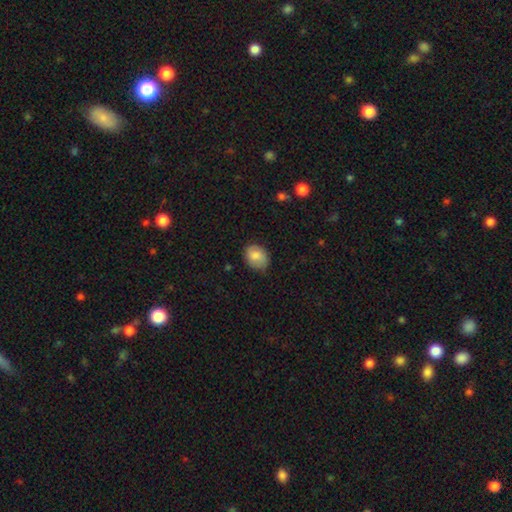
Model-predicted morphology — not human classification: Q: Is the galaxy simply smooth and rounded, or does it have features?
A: smooth — 82%.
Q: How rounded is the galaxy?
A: in between — 59%.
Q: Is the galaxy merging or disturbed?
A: none — 70%.